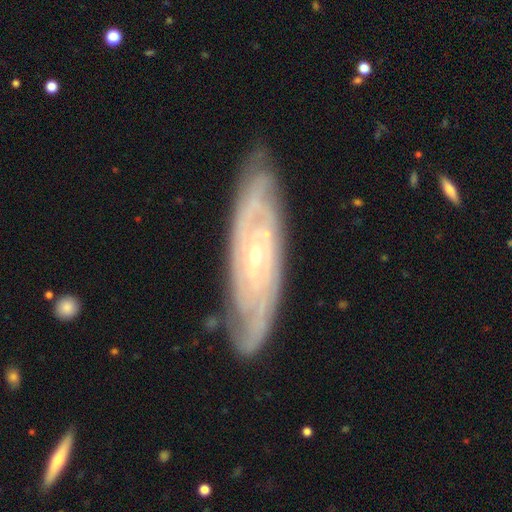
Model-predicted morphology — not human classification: This appears to be a featured or disk galaxy (88%) with no bar (64%), tight (73%) spiral arms (96%) and a small central bulge (80%). Merging: none (80%).